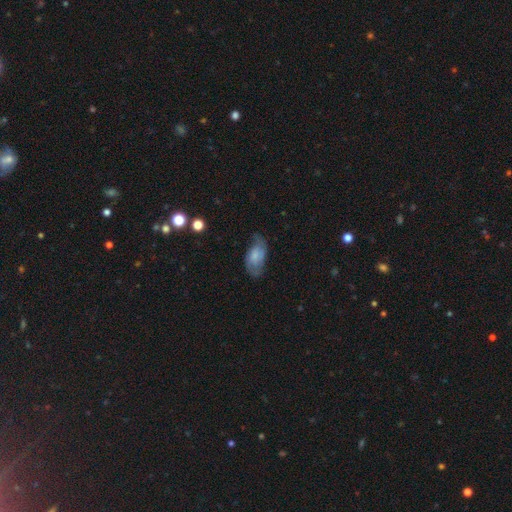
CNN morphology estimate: This appears to be a smooth galaxy with no disk features (47%). Merging: none (57%).